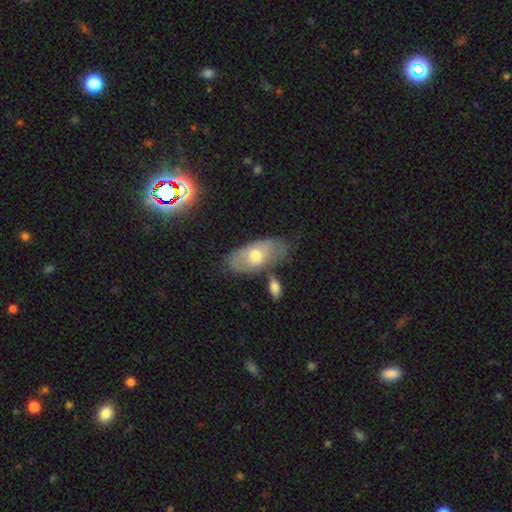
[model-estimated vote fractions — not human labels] A smooth galaxy with no disk features (49%).

Vote fractions:
- Smooth or featured? smooth: 49% / featured or disk: 44% / star or artifact: 6%
- Merging? none: 46% / minor disturbance: 26% / merger: 15% / major disturbance: 13%